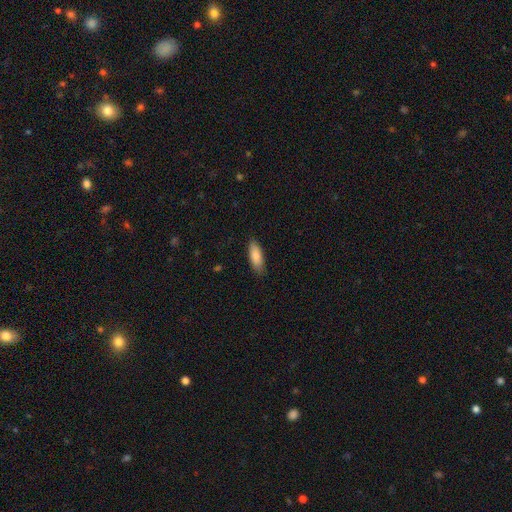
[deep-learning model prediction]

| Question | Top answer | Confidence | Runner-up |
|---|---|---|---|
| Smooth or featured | smooth | 85% | featured or disk (9%) |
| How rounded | in between | 66% | cigar-shaped (33%) |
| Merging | none | 84% | minor disturbance (12%) |